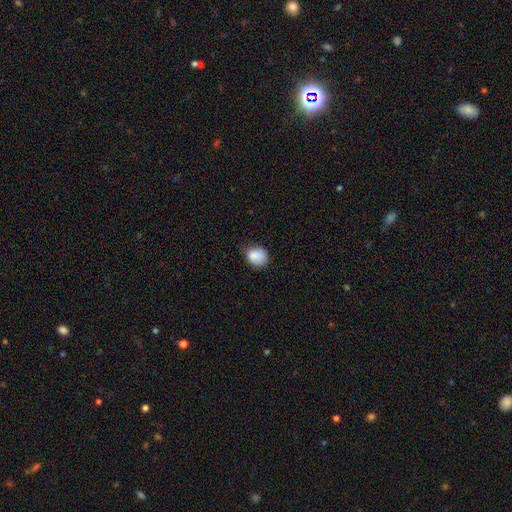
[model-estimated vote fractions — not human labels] Morphology: type=smooth (86%); roundness=round (55%); merging=none (58%).